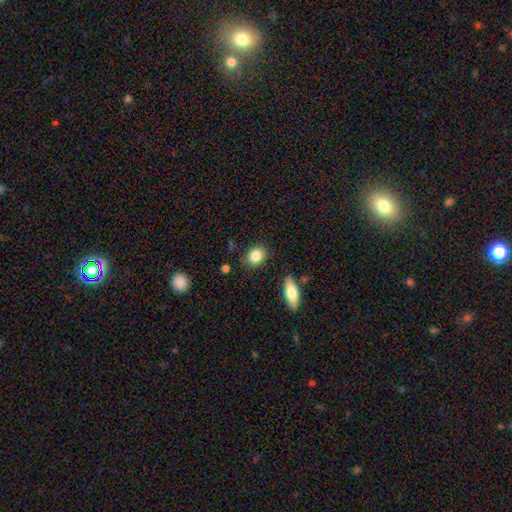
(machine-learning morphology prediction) smooth-or-featured: smooth: 85% | star or artifact: 8% | featured or disk: 7%
  how-rounded: round: 51% | in between: 47% | cigar-shaped: 2%
  merging: none: 85% | minor disturbance: 10% | merger: 3% | major disturbance: 3%